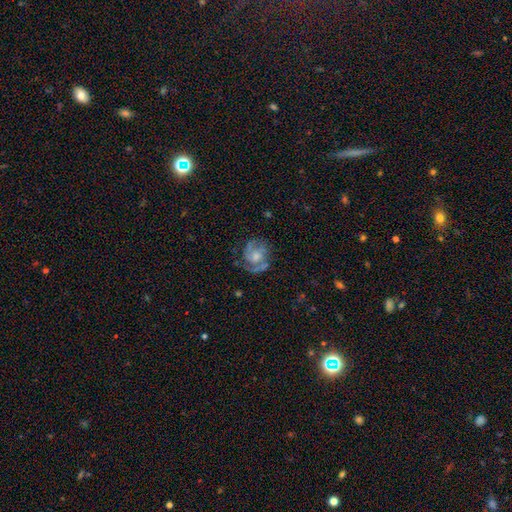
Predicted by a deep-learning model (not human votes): Overall: featured or disk (79%). Edge-on disk: no (98%). Bar: no (64%; weak 30%). Spiral arms: yes (93%). Spiral arm count: 2 (61%). Spiral winding: medium (46%; tight 39%). Bulge size: moderate (40%; small 39%). Merging: none (64%).